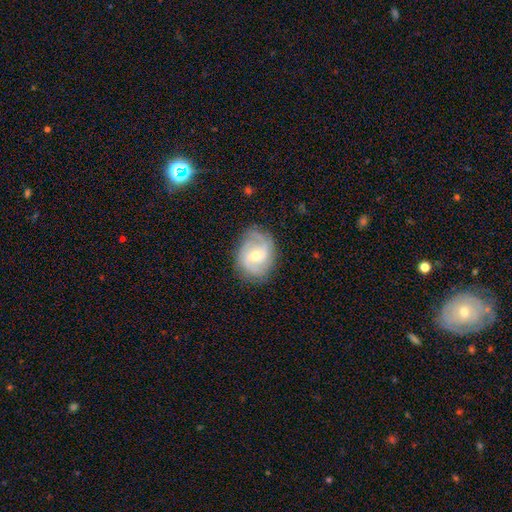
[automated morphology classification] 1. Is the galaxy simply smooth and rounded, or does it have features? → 75% featured or disk, 19% smooth, 6% star or artifact.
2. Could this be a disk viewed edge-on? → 97% no, 3% yes.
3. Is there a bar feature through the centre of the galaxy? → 49% weak, 41% no, 10% strong.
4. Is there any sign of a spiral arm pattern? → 92% yes, 8% no.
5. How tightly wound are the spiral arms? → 46% medium, 33% tight, 20% loose.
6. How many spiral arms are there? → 58% 2, 18% can't tell, 15% 3, 4% 1, 3% 4, 3% more than 4.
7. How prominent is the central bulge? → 56% moderate, 40% small, 3% large, 1% none, 1% dominant.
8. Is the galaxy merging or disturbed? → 74% none, 18% minor disturbance, 6% major disturbance, 1% merger.